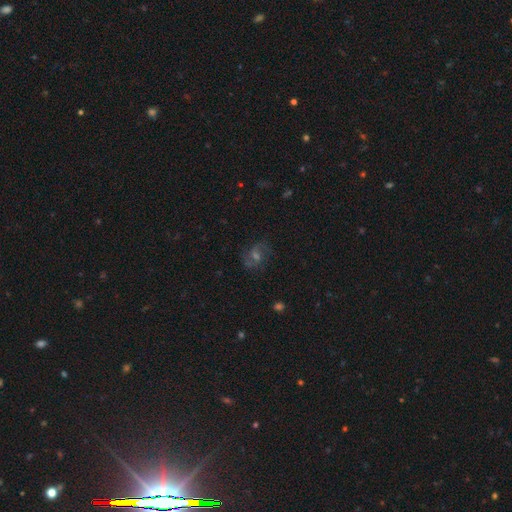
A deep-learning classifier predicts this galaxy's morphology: Smooth or featured? Predicted: featured or disk (p=0.60). Edge-on disk? Predicted: no (p=0.97). Bar? Predicted: no (p=0.45, tied with weak). Spiral arms? Predicted: yes (p=0.89). Spiral winding? Predicted: medium (p=0.52). Spiral arm count? Predicted: 2 (p=0.80). Bulge size? Predicted: moderate (p=0.51). Merging? Predicted: none (p=0.80).